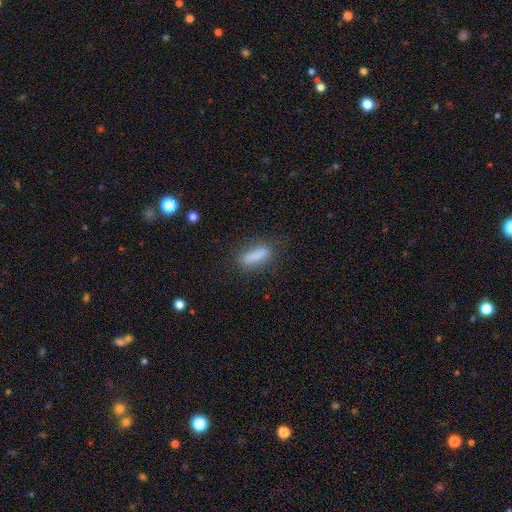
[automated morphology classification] Smooth or featured?
  - smooth: 82% *
  - featured or disk: 10%
  - star or artifact: 8%
How rounded?
  - cigar-shaped: 57% *
  - in between: 40%
  - round: 3%
Merging?
  - none: 79% *
  - minor disturbance: 14%
  - major disturbance: 5%
  - merger: 2%